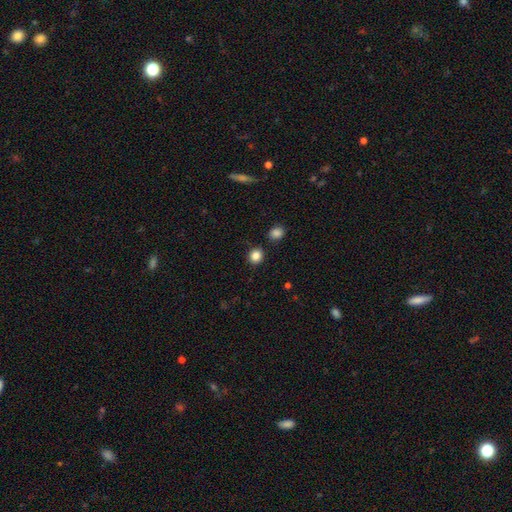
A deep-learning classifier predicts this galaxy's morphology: A smooth galaxy with no disk features (85%) that is round (83%).

Vote fractions:
- Smooth or featured? smooth: 85% / star or artifact: 10% / featured or disk: 4%
- How rounded? round: 83% / in between: 16% / cigar-shaped: 1%
- Merging? none: 89% / minor disturbance: 6% / merger: 3% / major disturbance: 2%